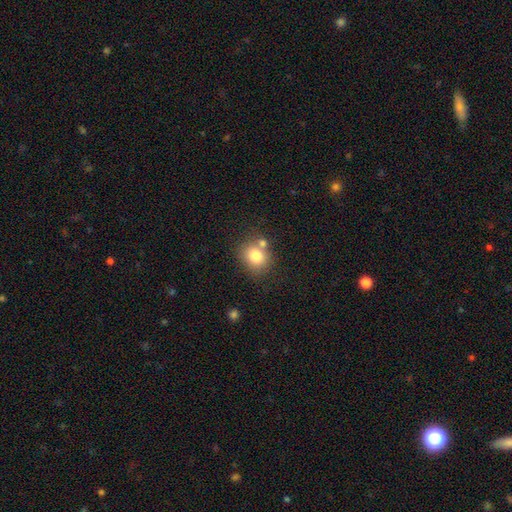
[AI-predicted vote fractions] A smooth galaxy with no disk features (79%) that is round (69%).

Vote fractions:
- Smooth or featured? smooth: 79% / star or artifact: 11% / featured or disk: 10%
- How rounded? round: 69% / in between: 30% / cigar-shaped: 1%
- Merging? none: 63% / merger: 20% / minor disturbance: 13% / major disturbance: 4%